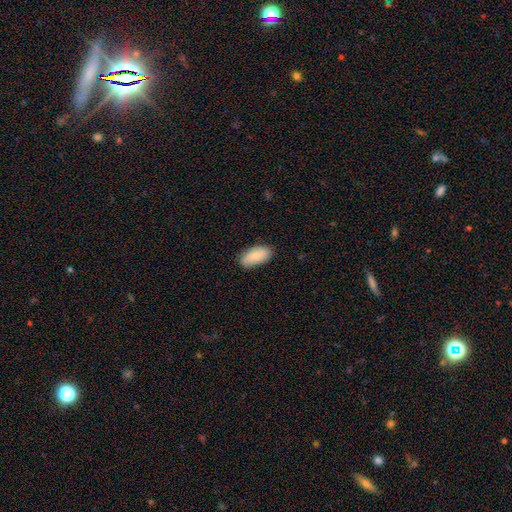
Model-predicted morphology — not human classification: The model was most divided on "merging": none: 82%, minor disturbance: 14%, major disturbance: 2%, merger: 1%. More confident: how rounded — in between (93%); smooth or featured — smooth (83%).